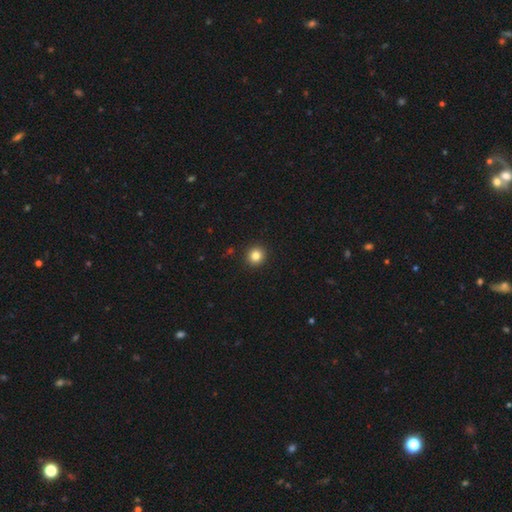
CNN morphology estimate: Smooth or featured? Predicted: smooth (p=0.83). How rounded? Predicted: round (p=0.93). Merging? Predicted: none (p=0.93).